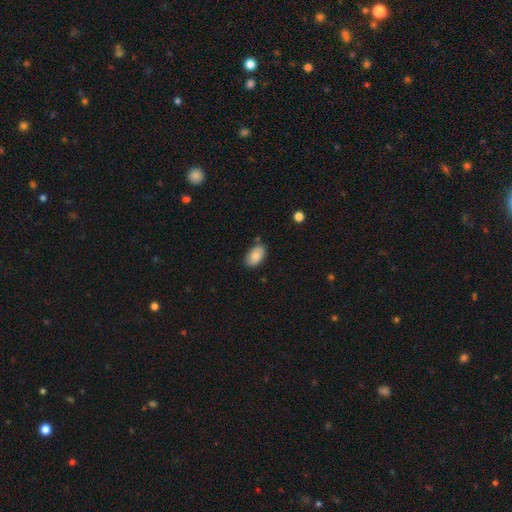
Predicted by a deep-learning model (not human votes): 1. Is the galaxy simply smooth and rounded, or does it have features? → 87% smooth, 7% star or artifact, 6% featured or disk.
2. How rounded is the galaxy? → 93% in between, 5% round, 2% cigar-shaped.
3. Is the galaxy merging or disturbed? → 75% none, 17% minor disturbance, 4% merger, 3% major disturbance.